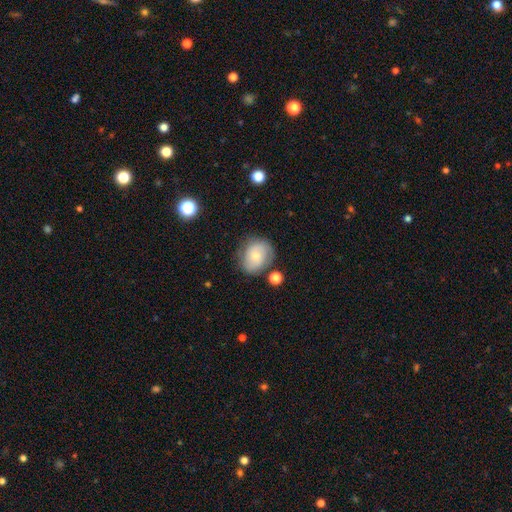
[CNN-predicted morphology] The model was most divided on "how rounded": round: 60%, in between: 39%, cigar-shaped: 1%. More confident: merging — none (69%); smooth or featured — smooth (57%).